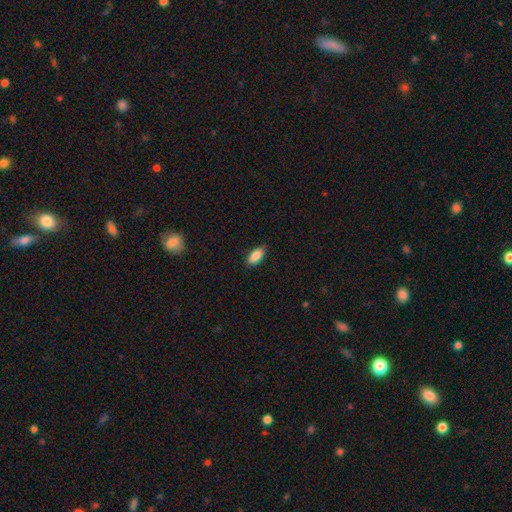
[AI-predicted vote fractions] smooth 88%, star or artifact 6%, featured or disk 6%. Down the decision tree: how rounded — in between (89%); merging — none (85%).